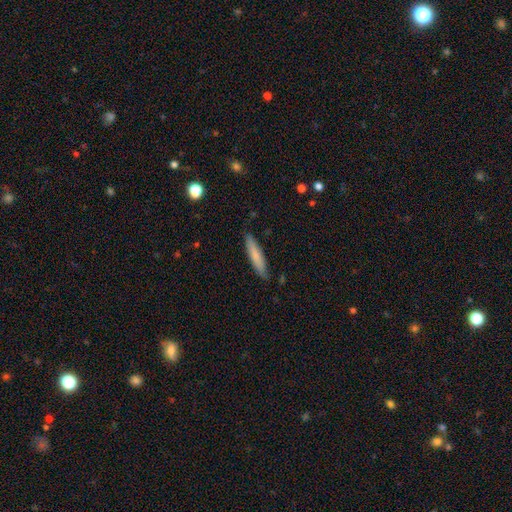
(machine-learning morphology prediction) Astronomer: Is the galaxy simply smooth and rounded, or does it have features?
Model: smooth — 74%.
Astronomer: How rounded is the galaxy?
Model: cigar-shaped — 90%.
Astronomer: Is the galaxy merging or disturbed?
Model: none — 86%.